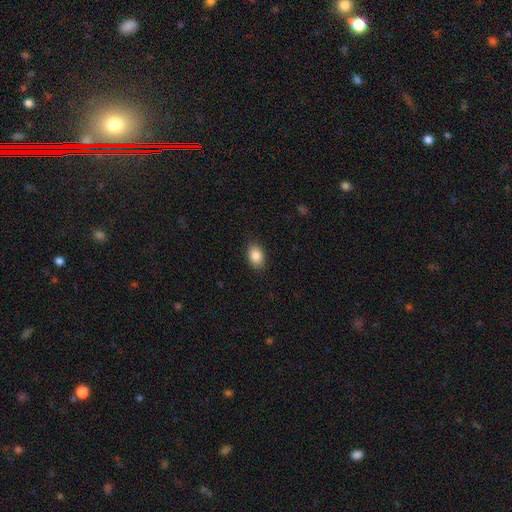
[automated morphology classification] A smooth galaxy with no disk features (87%) that is in between round and cigar-shaped (84%).

Vote fractions:
- Smooth or featured? smooth: 87% / star or artifact: 8% / featured or disk: 5%
- How rounded? in between: 84% / round: 14% / cigar-shaped: 1%
- Merging? none: 88% / minor disturbance: 9% / major disturbance: 2% / merger: 1%